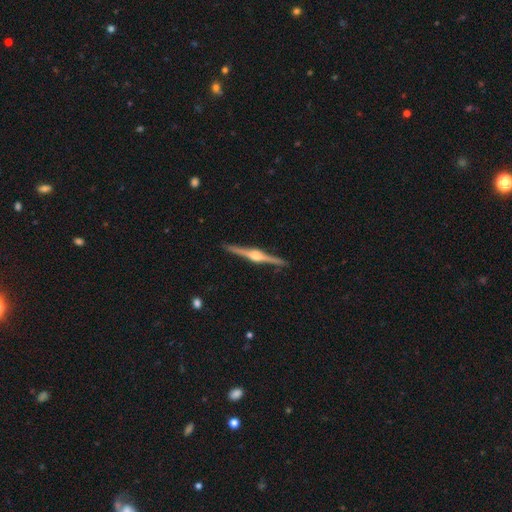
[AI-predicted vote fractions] Smooth or featured? featured or disk (86%)
Edge-on disk? yes (99%)
Edge-on bulge? rounded (90%)
Merging? none (91%)